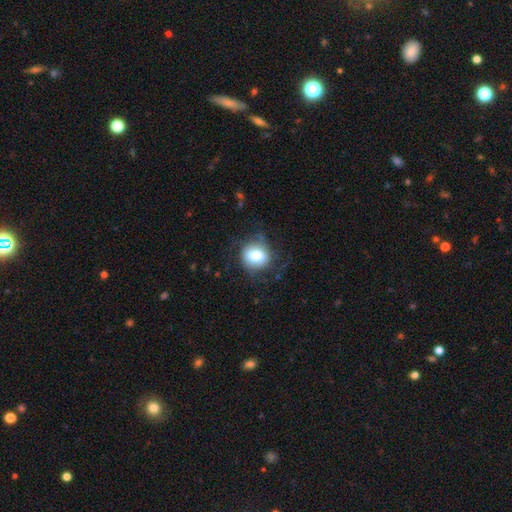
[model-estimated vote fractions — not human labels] smooth 73%, featured or disk 18%, star or artifact 9%. Down the decision tree: how rounded — round (75%); merging — none (64%).